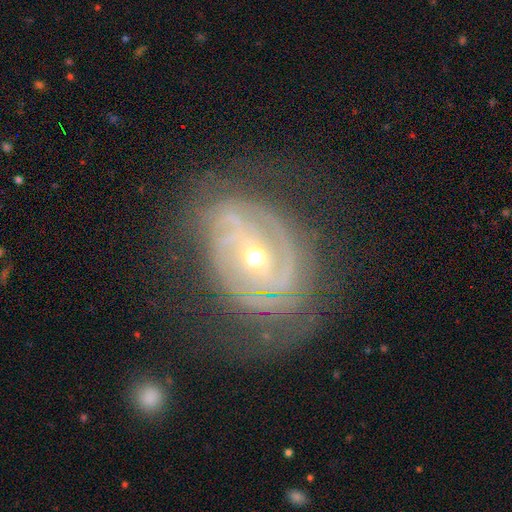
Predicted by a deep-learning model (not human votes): A featured or disk galaxy (89%) with no bar (38%), 2 (29%) tight (72%) spiral arms (95%) and a small central bulge (60%).

Vote fractions:
- Smooth or featured? featured or disk: 89% / star or artifact: 6% / smooth: 6%
- Edge-on disk? no: 96% / yes: 4%
- Bar? no: 38% / weak: 37% / strong: 24%
- Spiral arms? yes: 95% / no: 5%
- Spiral winding? tight: 72% / medium: 23% / loose: 5%
- Spiral arm count? 2: 29% / can't tell: 27% / 3: 21% / 4: 12% / more than 4: 6% / 1: 5%
- Bulge size? small: 60% / moderate: 37% / large: 1% / none: 1% / dominant: 1%
- Merging? none: 64% / minor disturbance: 21% / major disturbance: 13% / merger: 2%